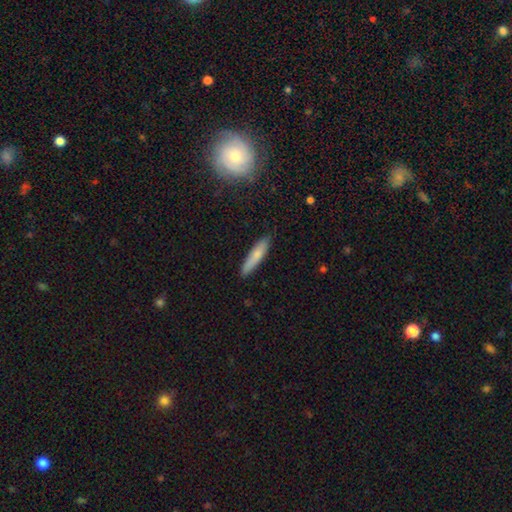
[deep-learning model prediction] Smooth or featured: smooth — 74% (featured or disk — 19%)
How rounded: cigar-shaped — 84% (in between — 14%)
Merging: none — 87% (minor disturbance — 10%)